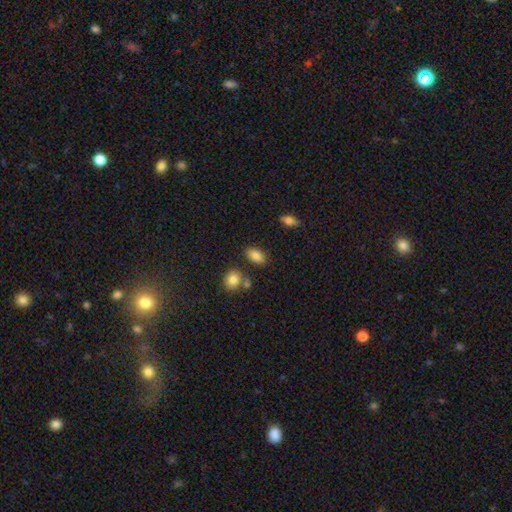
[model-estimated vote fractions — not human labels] This appears to be a smooth galaxy with no disk features (85%) that is in between round and cigar-shaped (90%). Merging: none (77%).